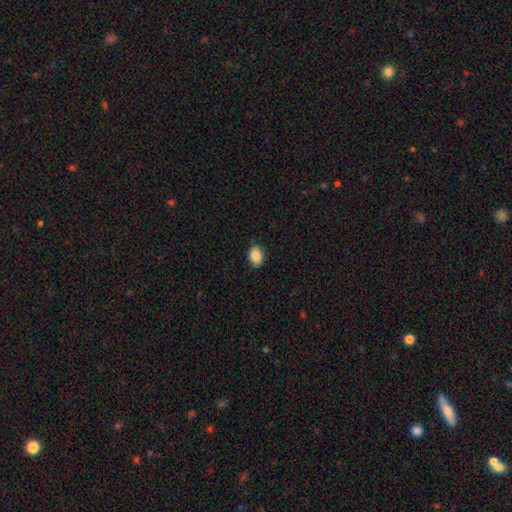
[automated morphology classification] A smooth galaxy with no disk features (88%) that is in between round and cigar-shaped (74%).

Vote fractions:
- Smooth or featured? smooth: 88% / star or artifact: 8% / featured or disk: 5%
- How rounded? in between: 74% / round: 25% / cigar-shaped: 1%
- Merging? none: 81% / minor disturbance: 16% / major disturbance: 3% / merger: 1%